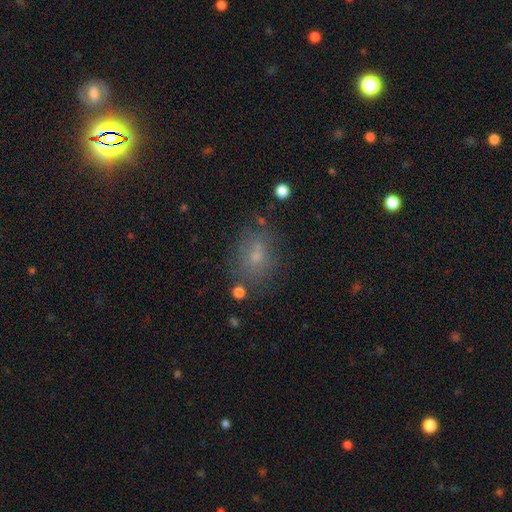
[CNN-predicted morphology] Smooth or featured: smooth — 62% (star or artifact — 22%)
How rounded: in between — 53% (round — 46%)
Merging: none — 71% (minor disturbance — 16%)